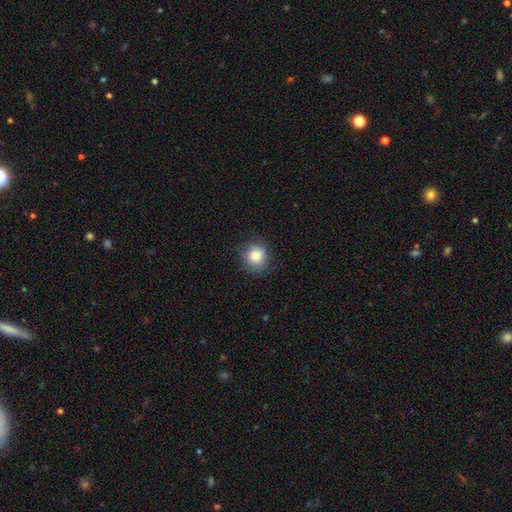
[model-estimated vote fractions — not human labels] smooth-or-featured: smooth: 83% | star or artifact: 9% | featured or disk: 7%
  how-rounded: round: 86% | in between: 13% | cigar-shaped: 1%
  merging: none: 79% | minor disturbance: 16% | major disturbance: 4% | merger: 1%